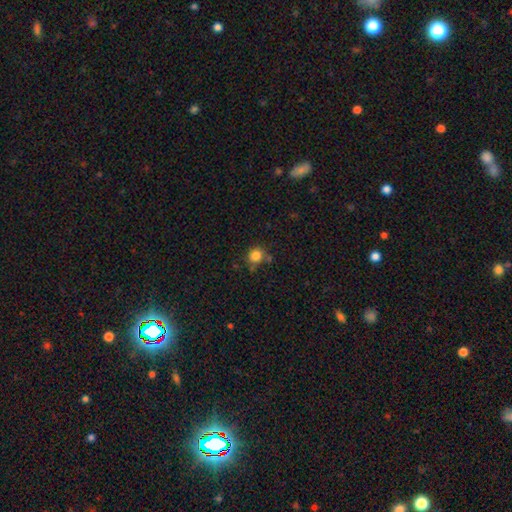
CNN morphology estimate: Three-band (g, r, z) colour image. It shows a smooth galaxy with no disk features (82%) that is round (87%). Merging: none (73%).